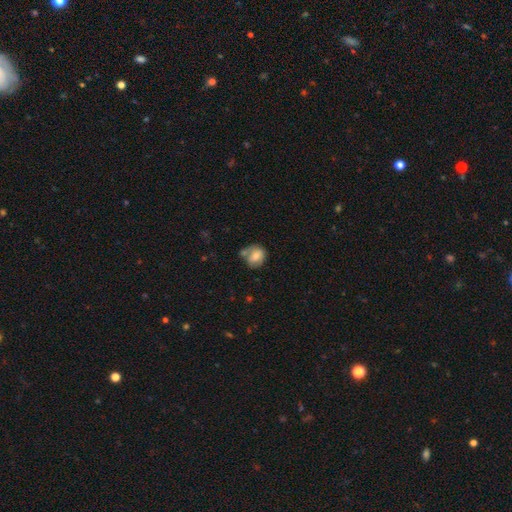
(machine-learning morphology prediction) Smooth or featured: smooth — 71% (featured or disk — 21%)
How rounded: round — 66% (in between — 33%)
Merging: none — 47% (merger — 25%)